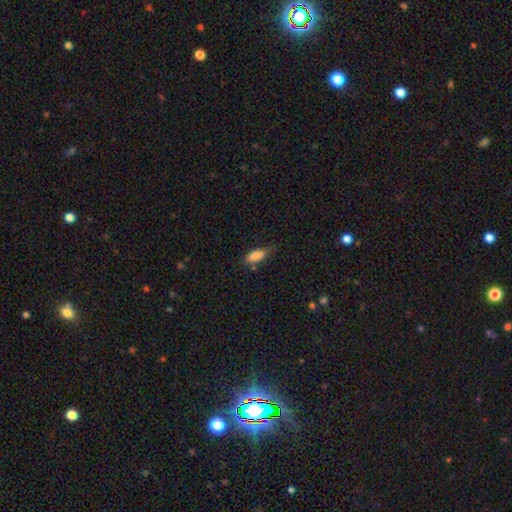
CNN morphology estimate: smooth 85%, star or artifact 7%, featured or disk 7%. Down the decision tree: how rounded — in between (76%); merging — none (63%).